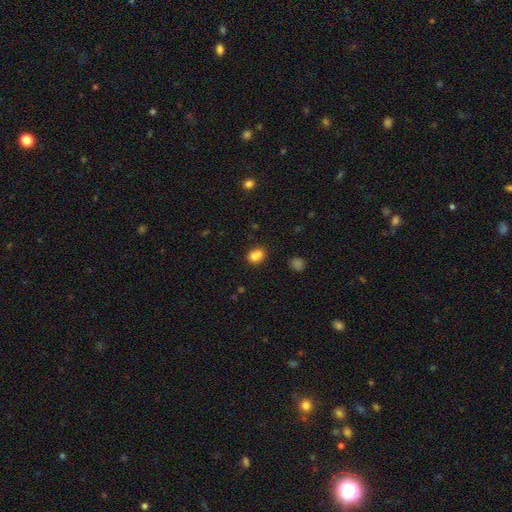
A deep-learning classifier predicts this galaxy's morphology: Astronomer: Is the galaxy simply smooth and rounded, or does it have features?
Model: smooth — 77%.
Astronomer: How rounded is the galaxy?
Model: round — 51% (runner-up: in between, 48%).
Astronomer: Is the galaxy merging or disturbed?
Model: merger — 43% (runner-up: none, 39%).